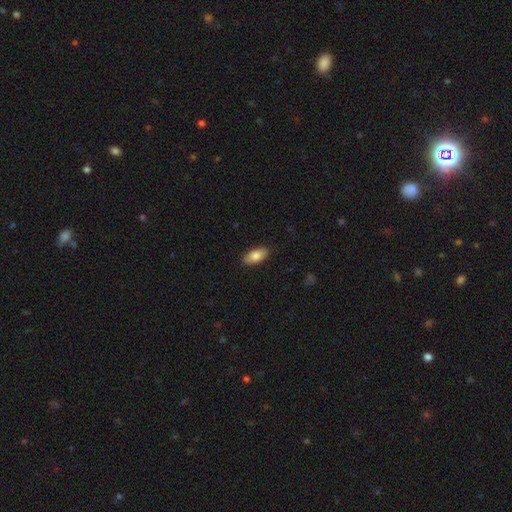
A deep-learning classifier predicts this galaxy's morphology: Smooth or featured: smooth — 83% (featured or disk — 11%)
How rounded: in between — 90% (cigar-shaped — 7%)
Merging: none — 89% (minor disturbance — 8%)